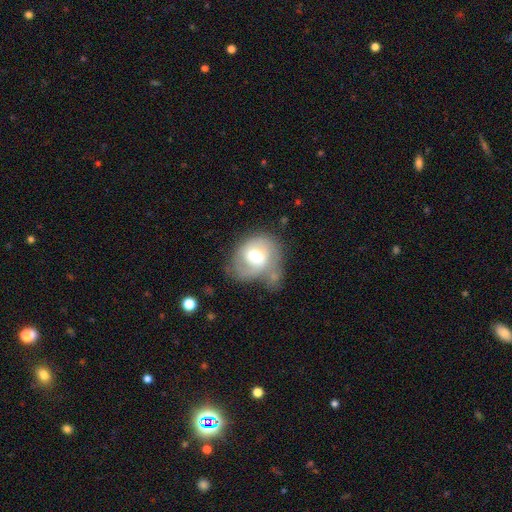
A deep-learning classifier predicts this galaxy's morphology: Q: Smooth or featured?
A: featured or disk (49%); runner-up: smooth (44%)
Q: Merging?
A: none (33%); runner-up: minor disturbance (25%)